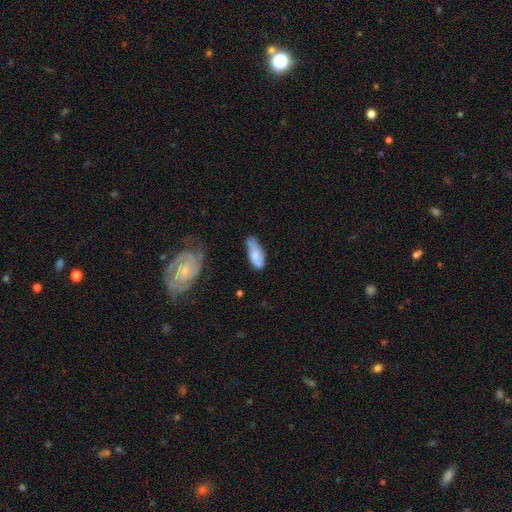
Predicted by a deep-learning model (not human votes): This is likely a smooth galaxy (64%). How rounded: likely in between (75%). Merging: possibly none (55%).